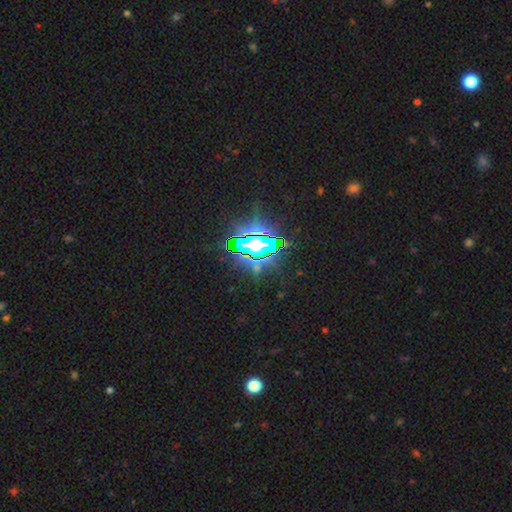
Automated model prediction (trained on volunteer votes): star or artifact 81%, smooth 10%, featured or disk 9%.